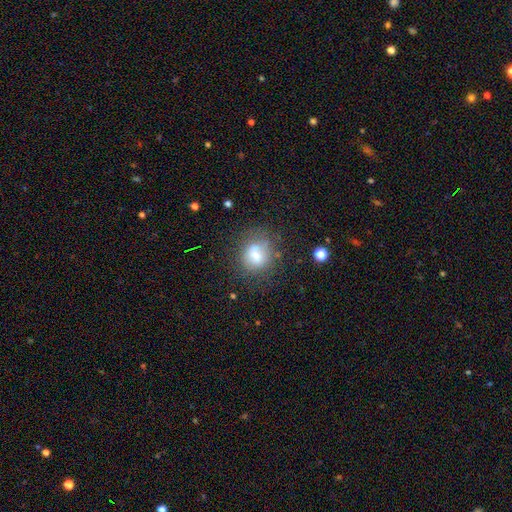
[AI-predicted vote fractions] This is likely a smooth galaxy (63%). How rounded: likely round (69%). Merging: possibly none (57%).